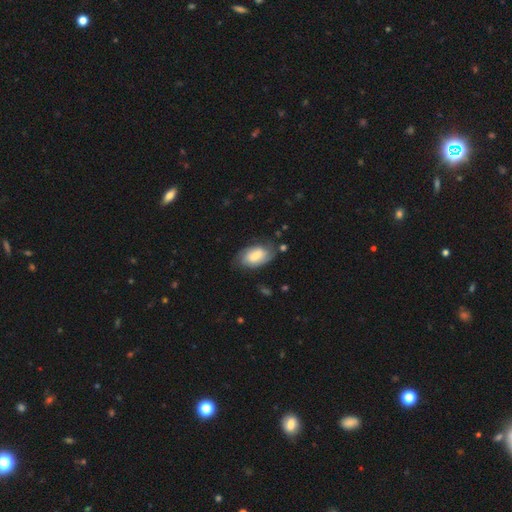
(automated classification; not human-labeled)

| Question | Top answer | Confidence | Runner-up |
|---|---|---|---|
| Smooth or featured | featured or disk | 48% | smooth (45%) |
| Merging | none | 65% | minor disturbance (23%) |